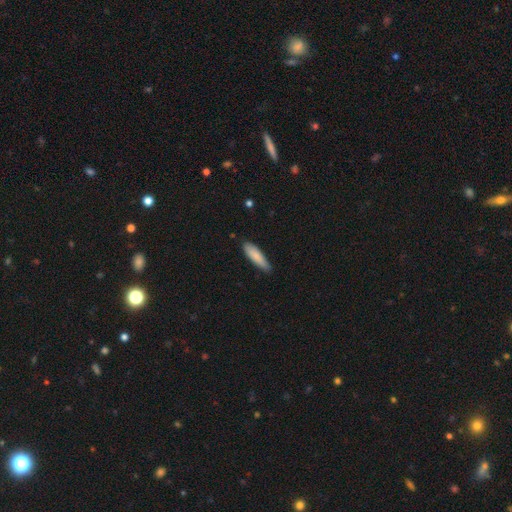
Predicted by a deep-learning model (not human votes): A smooth galaxy with no disk features (84%) that is cigar-shaped (63%).

Vote fractions:
- Smooth or featured? smooth: 84% / featured or disk: 10% / star or artifact: 6%
- How rounded? cigar-shaped: 63% / in between: 36% / round: 1%
- Merging? none: 78% / minor disturbance: 18% / major disturbance: 2% / merger: 1%